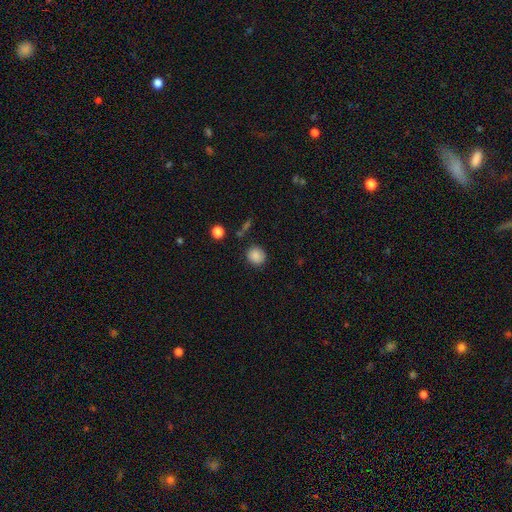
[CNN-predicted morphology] Smooth or featured? Predicted: smooth (p=0.86). How rounded? Predicted: round (p=0.85). Merging? Predicted: none (p=0.83).